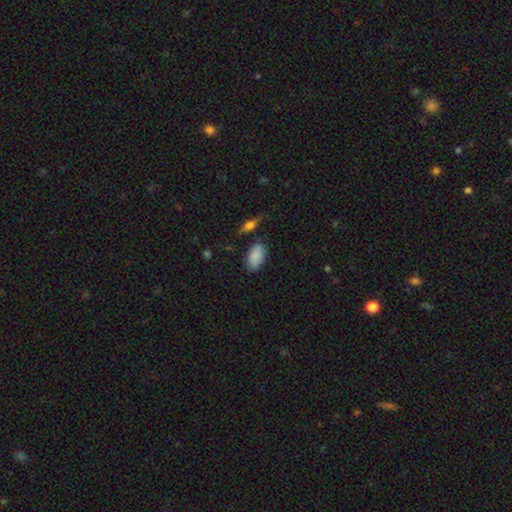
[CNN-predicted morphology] smooth 87%, star or artifact 7%, featured or disk 7%. Down the decision tree: how rounded — in between (93%); merging — none (78%).